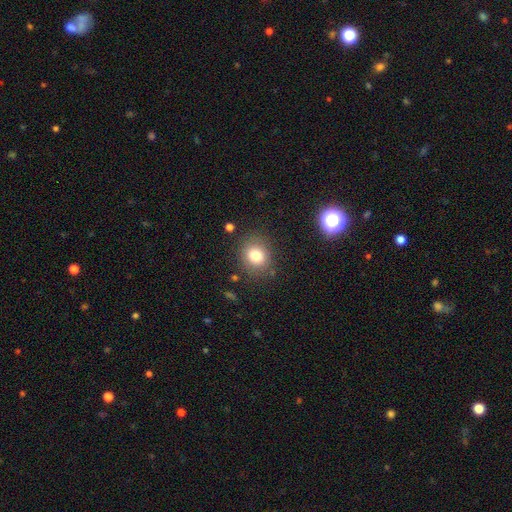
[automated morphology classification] A smooth galaxy with no disk features (79%) that is round (74%). Merging: none (83%).